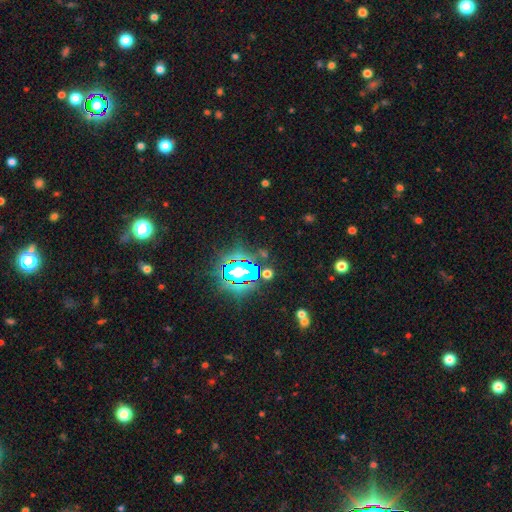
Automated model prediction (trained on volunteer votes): Smooth or featured? Predicted: star or artifact (p=0.83).